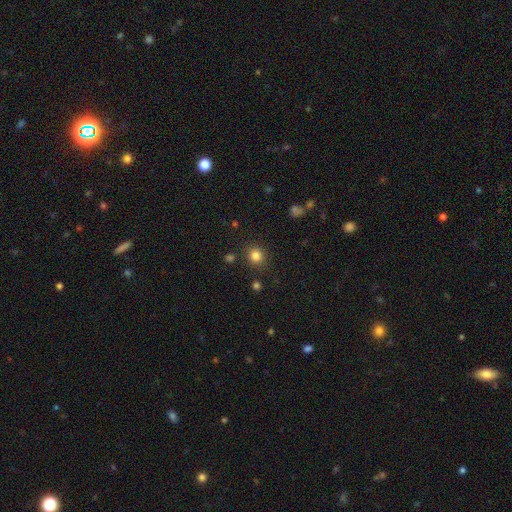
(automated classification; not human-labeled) A smooth galaxy with no disk features (82%) that is round (87%).

Vote fractions:
- Smooth or featured? smooth: 82% / star or artifact: 13% / featured or disk: 5%
- How rounded? round: 87% / in between: 13% / cigar-shaped: 1%
- Merging? none: 87% / minor disturbance: 7% / merger: 3% / major disturbance: 3%